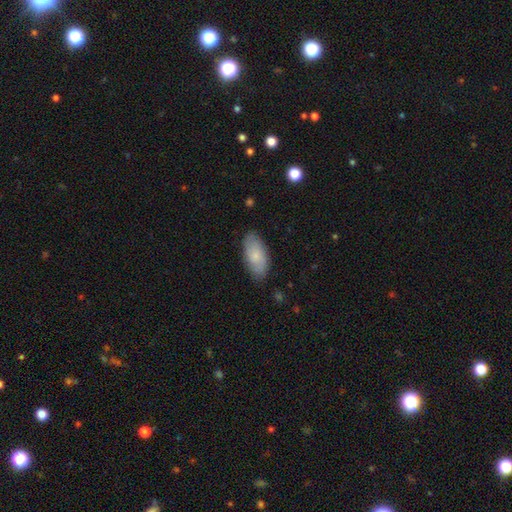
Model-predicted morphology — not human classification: Smooth or featured?
  - smooth: 69% *
  - featured or disk: 25%
  - star or artifact: 6%
How rounded?
  - in between: 92% *
  - cigar-shaped: 6%
  - round: 2%
Merging?
  - none: 80% *
  - minor disturbance: 16%
  - major disturbance: 3%
  - merger: 1%